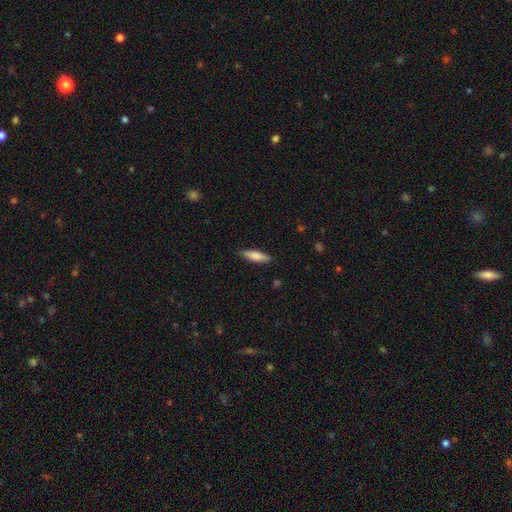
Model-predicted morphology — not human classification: type=smooth (79%); roundness=cigar-shaped (64%); merging=none (87%).